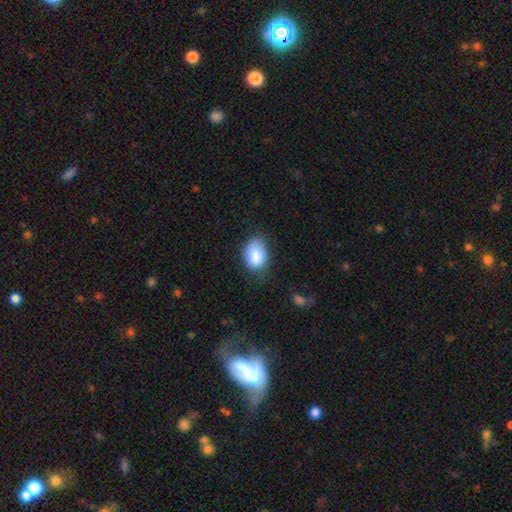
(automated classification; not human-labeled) Smooth or featured? Predicted: smooth (p=0.86). How rounded? Predicted: in between (p=0.82). Merging? Predicted: none (p=0.62).